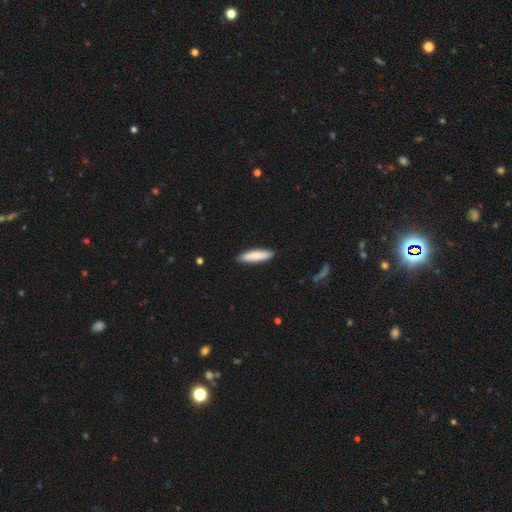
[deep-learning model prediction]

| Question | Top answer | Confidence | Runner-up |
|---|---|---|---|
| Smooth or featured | smooth | 83% | featured or disk (12%) |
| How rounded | cigar-shaped | 76% | in between (23%) |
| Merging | none | 89% | minor disturbance (9%) |